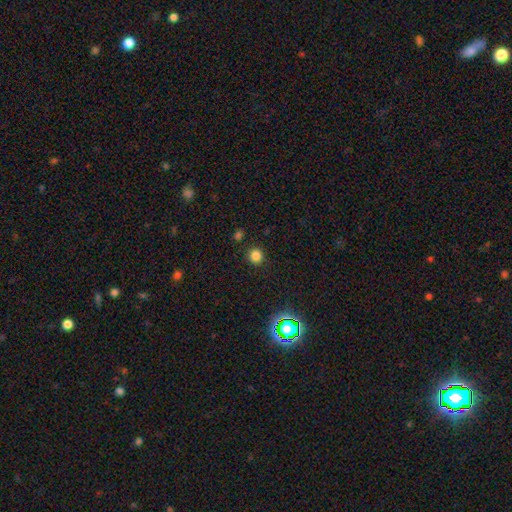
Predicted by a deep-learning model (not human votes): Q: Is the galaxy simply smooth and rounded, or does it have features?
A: smooth — 81%.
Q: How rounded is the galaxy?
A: round — 93%.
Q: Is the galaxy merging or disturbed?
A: none — 90%.